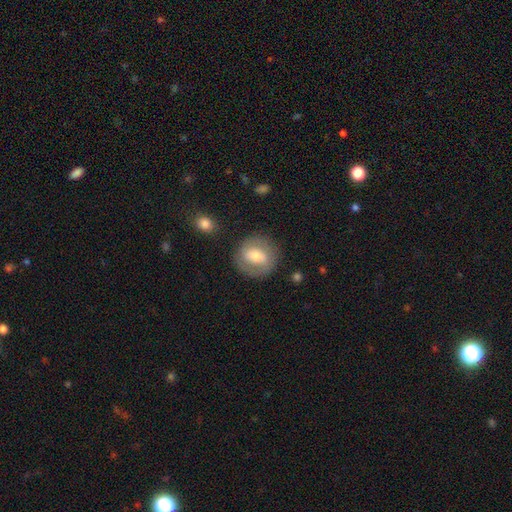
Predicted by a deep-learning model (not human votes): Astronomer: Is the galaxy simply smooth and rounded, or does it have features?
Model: featured or disk — 48% (runner-up: smooth, 45%).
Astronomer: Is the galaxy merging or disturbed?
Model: none — 81%.